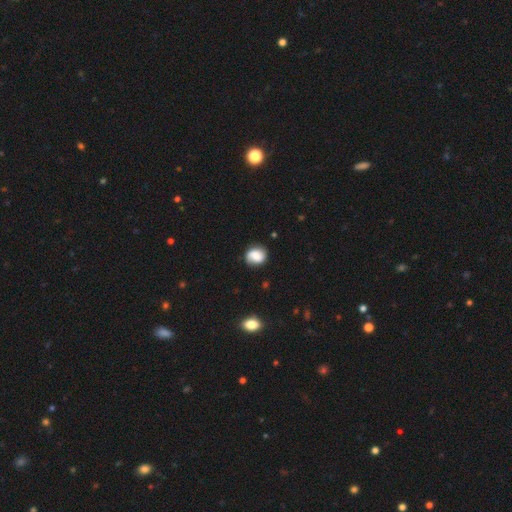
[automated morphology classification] A smooth galaxy with no disk features (71%) that is round (70%). Merging: none (77%).